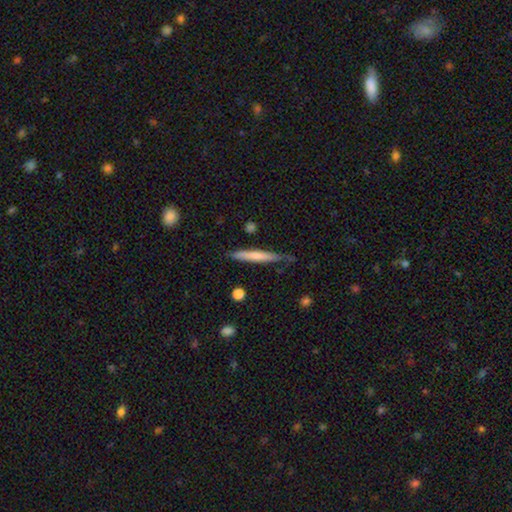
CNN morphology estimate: This is likely a smooth galaxy (63%). How rounded: clearly cigar-shaped (95%). Merging: likely none (74%).